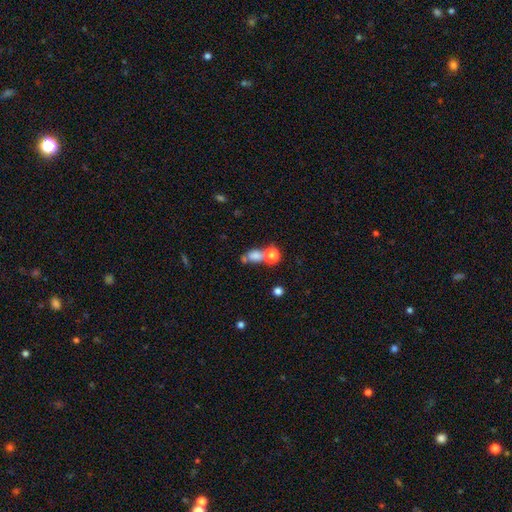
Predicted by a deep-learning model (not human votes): This appears to be a smooth galaxy with no disk features (74%) that is round (49%). Merging: merger (44%).